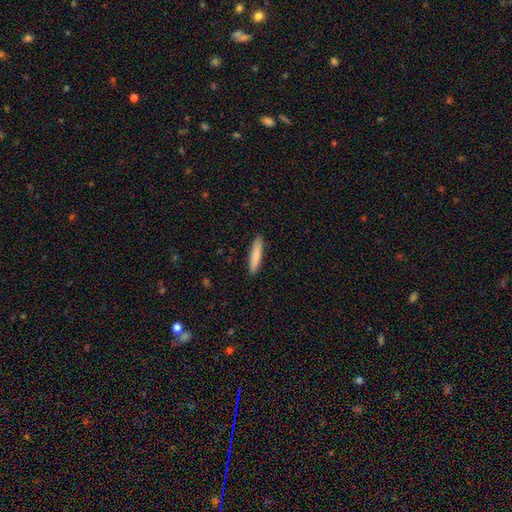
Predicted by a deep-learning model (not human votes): smooth 83%, featured or disk 12%, star or artifact 6%. Down the decision tree: how rounded — cigar-shaped (87%); merging — none (90%).